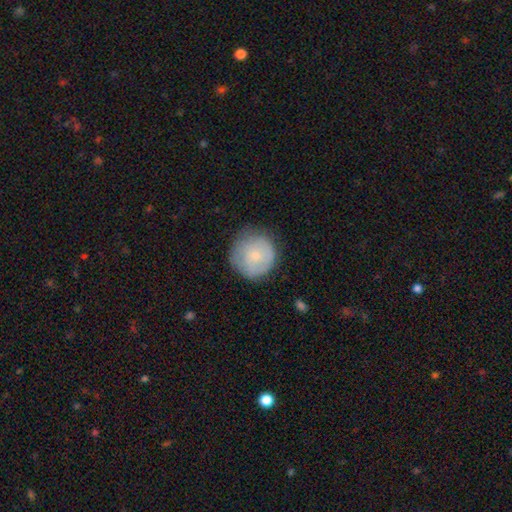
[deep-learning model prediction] Smooth or featured?
  - smooth: 70% *
  - featured or disk: 23%
  - star or artifact: 7%
How rounded?
  - round: 93% *
  - in between: 6%
  - cigar-shaped: 1%
Merging?
  - none: 72% *
  - minor disturbance: 21%
  - major disturbance: 6%
  - merger: 1%